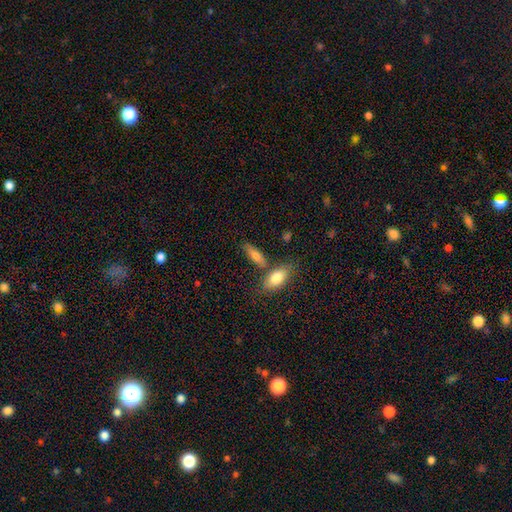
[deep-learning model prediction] smooth-or-featured: smooth: 74% | featured or disk: 18% | star or artifact: 8%
  how-rounded: in between: 61% | cigar-shaped: 35% | round: 4%
  merging: none: 57% | merger: 21% | minor disturbance: 16% | major disturbance: 6%